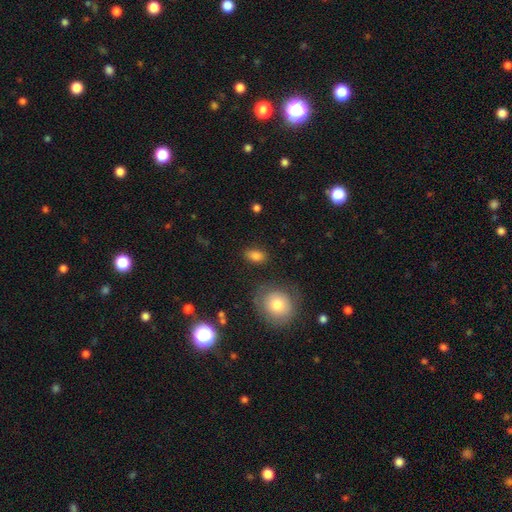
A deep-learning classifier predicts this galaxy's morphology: smooth 84%, star or artifact 9%, featured or disk 7%. Down the decision tree: how rounded — in between (85%); merging — none (84%).